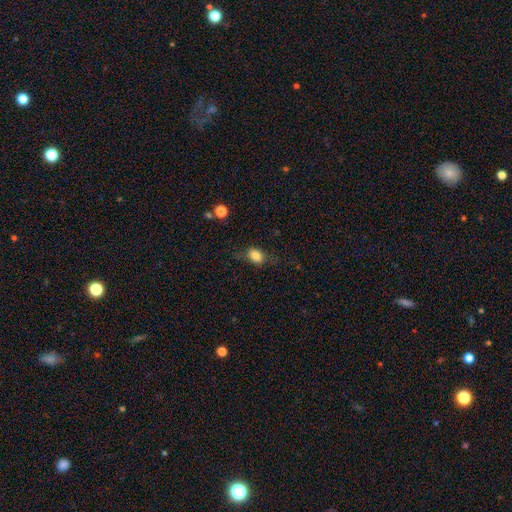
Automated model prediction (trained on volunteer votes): Smooth or featured? smooth (81%)
How rounded? in between (76%)
Merging? none (68%)